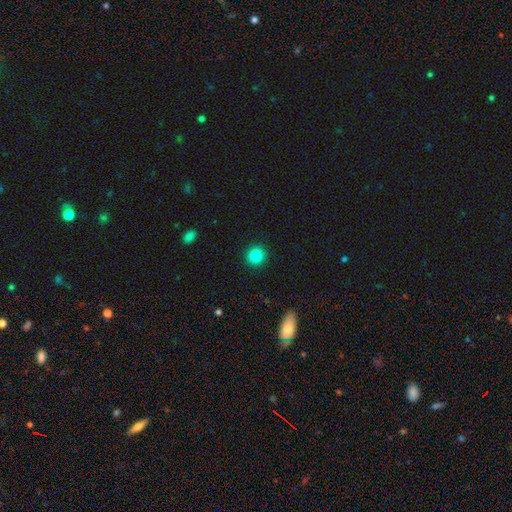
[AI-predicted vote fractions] A smooth galaxy with no disk features (85%) that is round (91%). Merging: none (92%).